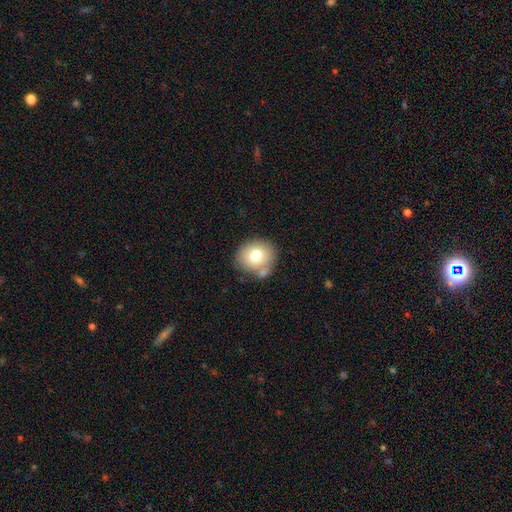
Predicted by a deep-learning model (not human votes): A smooth galaxy with no disk features (74%) that is round (77%).

Vote fractions:
- Smooth or featured? smooth: 74% / featured or disk: 16% / star or artifact: 10%
- How rounded? round: 77% / in between: 22% / cigar-shaped: 1%
- Merging? none: 66% / minor disturbance: 15% / merger: 14% / major disturbance: 5%